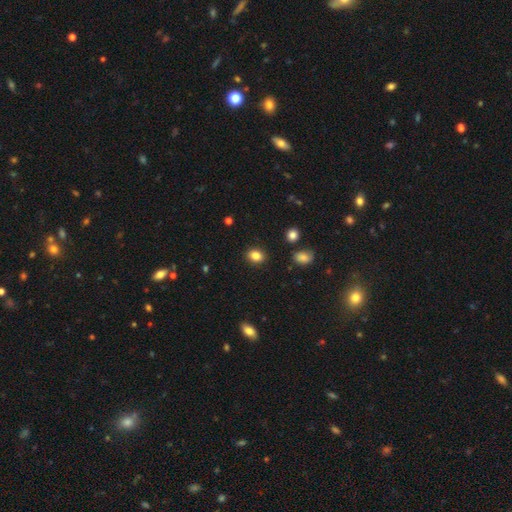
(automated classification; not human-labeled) Smooth or featured? smooth (85%)
How rounded? in between (55%)
Merging? none (88%)